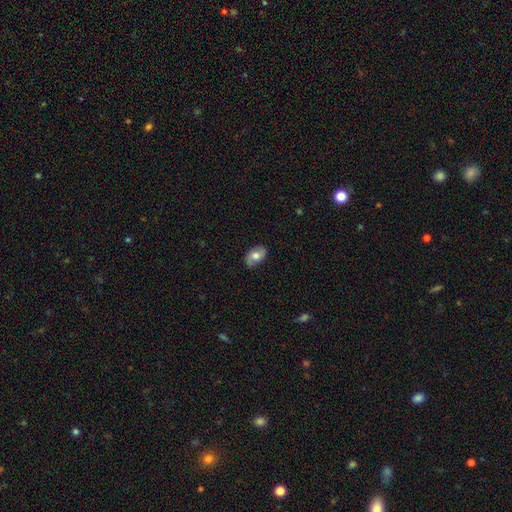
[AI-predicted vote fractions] A smooth galaxy with no disk features (65%) that is in between round and cigar-shaped (89%).

Vote fractions:
- Smooth or featured? smooth: 65% / featured or disk: 28% / star or artifact: 7%
- How rounded? in between: 89% / round: 9% / cigar-shaped: 2%
- Merging? none: 81% / minor disturbance: 15% / major disturbance: 3% / merger: 1%